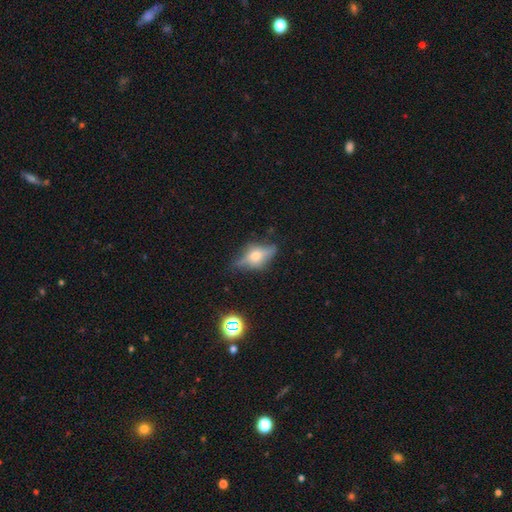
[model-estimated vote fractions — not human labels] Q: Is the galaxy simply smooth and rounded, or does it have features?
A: featured or disk — 58%.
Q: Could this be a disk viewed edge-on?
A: yes — 82%.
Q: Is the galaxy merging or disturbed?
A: none — 67%.